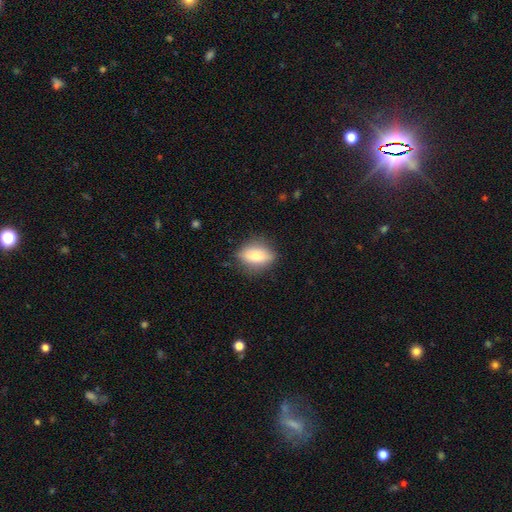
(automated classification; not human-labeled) Morphology: type=smooth (69%); roundness=in between (74%); merging=none (79%).